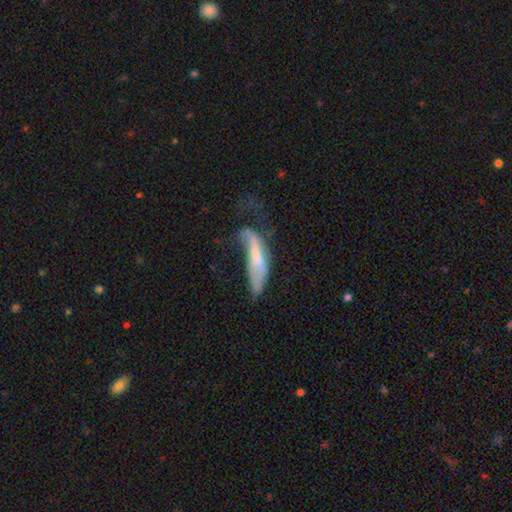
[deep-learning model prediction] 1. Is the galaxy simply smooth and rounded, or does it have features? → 48% smooth, 42% featured or disk, 10% star or artifact.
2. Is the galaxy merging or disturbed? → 55% major disturbance, 20% minor disturbance, 18% none, 7% merger.